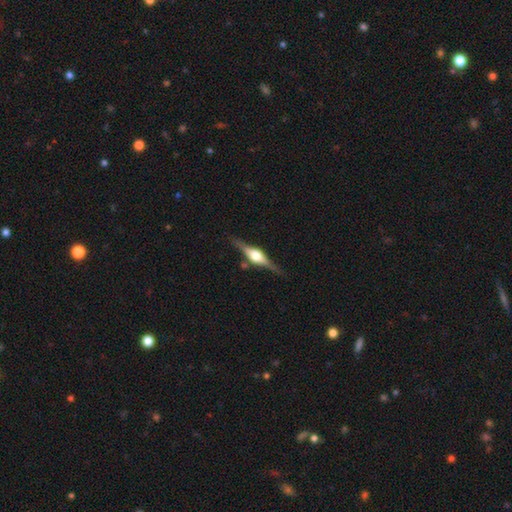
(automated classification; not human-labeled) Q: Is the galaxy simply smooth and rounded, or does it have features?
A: featured or disk — 84%.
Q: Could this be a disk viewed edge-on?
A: yes — 98%.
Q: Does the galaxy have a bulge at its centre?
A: rounded — 91%.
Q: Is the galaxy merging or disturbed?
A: none — 86%.